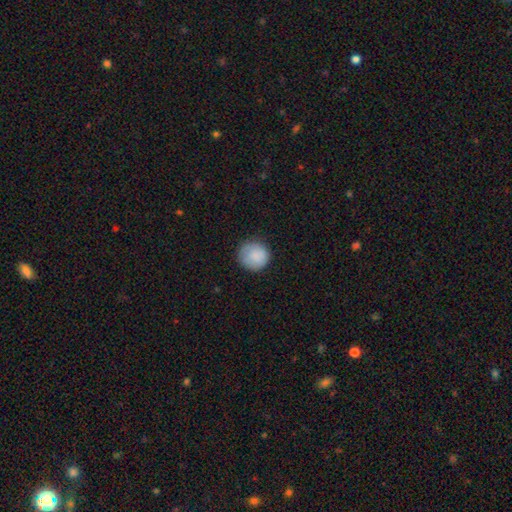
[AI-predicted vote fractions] The model was most divided on "merging": none: 82%, minor disturbance: 14%, major disturbance: 3%, merger: 1%. More confident: how rounded — round (92%); smooth or featured — smooth (87%).